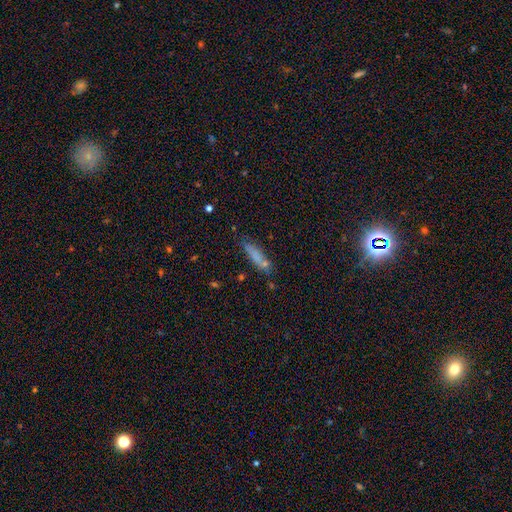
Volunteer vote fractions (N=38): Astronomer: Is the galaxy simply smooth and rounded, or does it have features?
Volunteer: smooth — 84%.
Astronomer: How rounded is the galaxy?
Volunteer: cigar-shaped — 69%.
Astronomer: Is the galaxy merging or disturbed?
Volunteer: none — 74%.